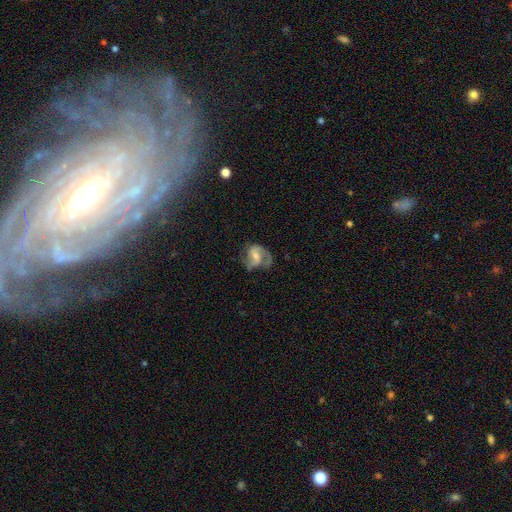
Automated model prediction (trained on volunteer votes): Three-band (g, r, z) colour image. It shows a featured or disk galaxy (78%) with a weak bar (46%), 2 (78%) medium (51%) spiral arms (93%) and a small central bulge (46%). Merging: none (59%).